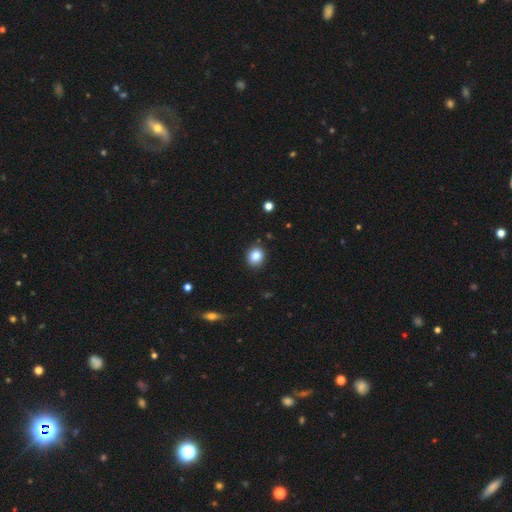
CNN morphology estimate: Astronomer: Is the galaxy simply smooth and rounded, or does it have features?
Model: smooth — 85%.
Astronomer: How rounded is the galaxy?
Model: round — 71%.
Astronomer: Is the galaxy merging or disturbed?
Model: none — 88%.